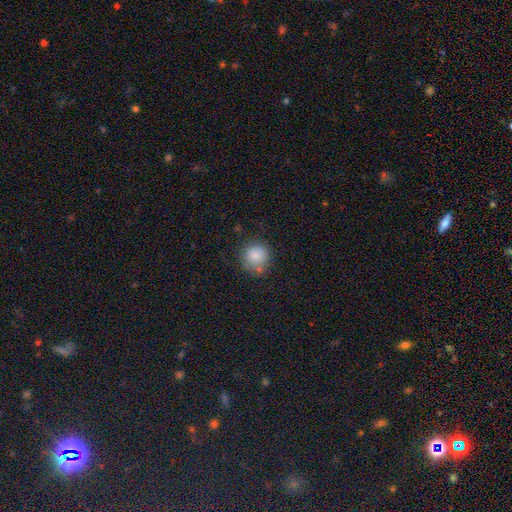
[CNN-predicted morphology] smooth_or_featured: smooth (p=0.85) [alt: star or artifact p=0.09]
how_rounded: round (p=0.91) [alt: in between p=0.08]
merging: none (p=0.74) [alt: minor disturbance p=0.16]